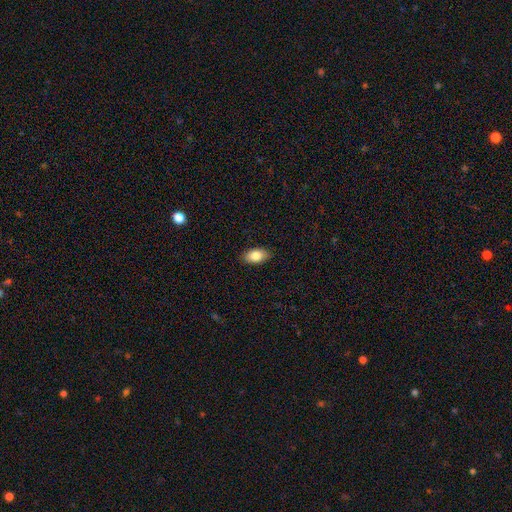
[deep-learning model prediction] Smooth or featured? Predicted: smooth (p=0.83). How rounded? Predicted: in between (p=0.92). Merging? Predicted: none (p=0.88).